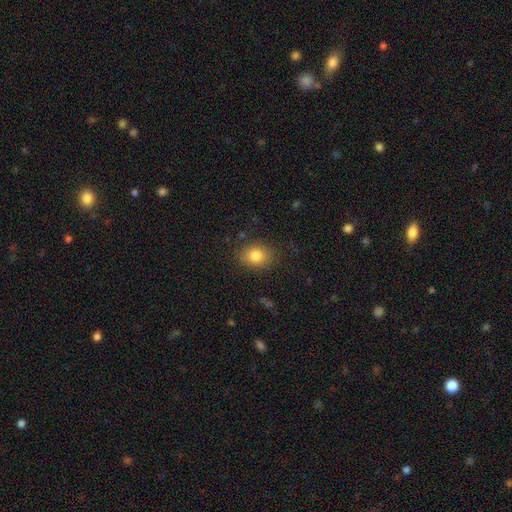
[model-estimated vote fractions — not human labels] Smooth or featured? smooth (82%)
How rounded? in between (50%)
Merging? none (84%)